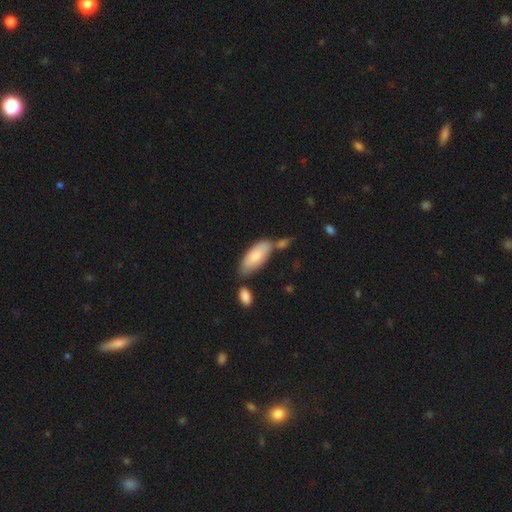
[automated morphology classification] A smooth galaxy with no disk features (78%) that is in between round and cigar-shaped (80%).

Vote fractions:
- Smooth or featured? smooth: 78% / featured or disk: 17% / star or artifact: 5%
- How rounded? in between: 80% / cigar-shaped: 18% / round: 2%
- Merging? none: 50% / merger: 25% / minor disturbance: 20% / major disturbance: 5%